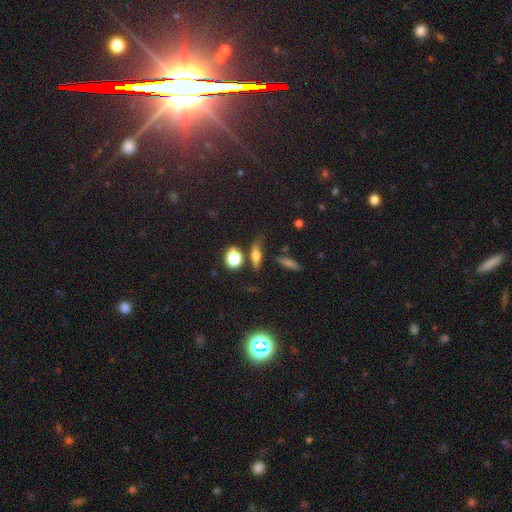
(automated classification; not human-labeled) Q: Smooth or featured?
A: smooth (58%); runner-up: featured or disk (25%)
Q: How rounded?
A: in between (46%); runner-up: cigar-shaped (31%)
Q: Merging?
A: none (68%); runner-up: minor disturbance (17%)